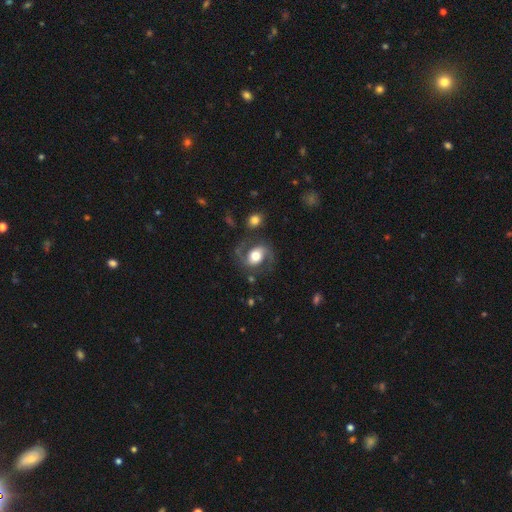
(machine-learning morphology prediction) featured or disk 77%, smooth 17%, star or artifact 6%. Down the decision tree: edge-on disk — no (97%); bar — no (49%); spiral arms — yes (92%); spiral arm count — 2 (92%); spiral winding — medium (53%); bulge size — moderate (47%); merging — none (71%).